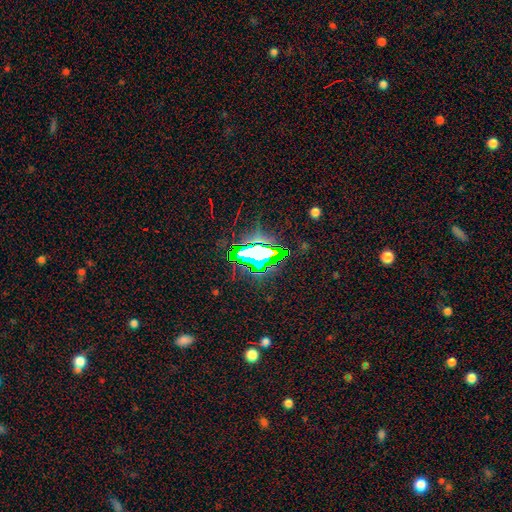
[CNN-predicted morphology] This is likely a star or artifact rather than a galaxy (73%).